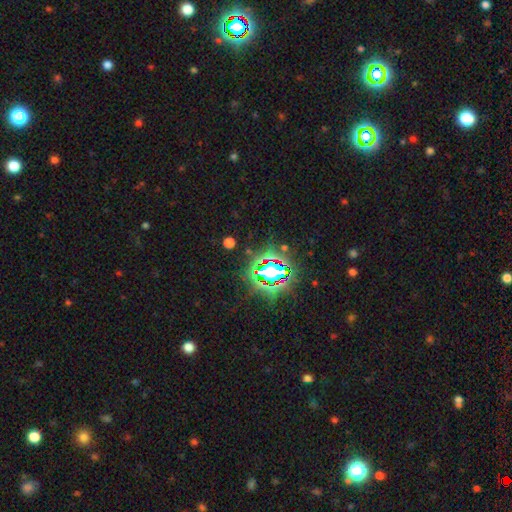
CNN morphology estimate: Q: Smooth or featured?
A: star or artifact (82%); runner-up: smooth (11%)